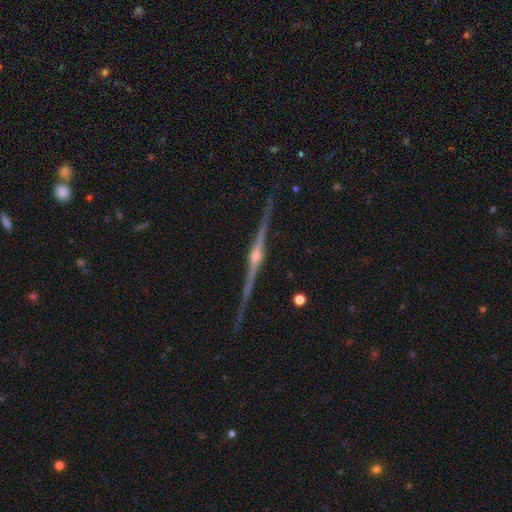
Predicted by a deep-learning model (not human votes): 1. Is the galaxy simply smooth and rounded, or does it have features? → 91% featured or disk, 5% star or artifact, 4% smooth.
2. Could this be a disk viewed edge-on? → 99% yes, 1% no.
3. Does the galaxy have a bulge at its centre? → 92% rounded, 4% boxy, 4% none.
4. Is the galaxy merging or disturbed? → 89% none, 8% minor disturbance, 2% major disturbance, 1% merger.